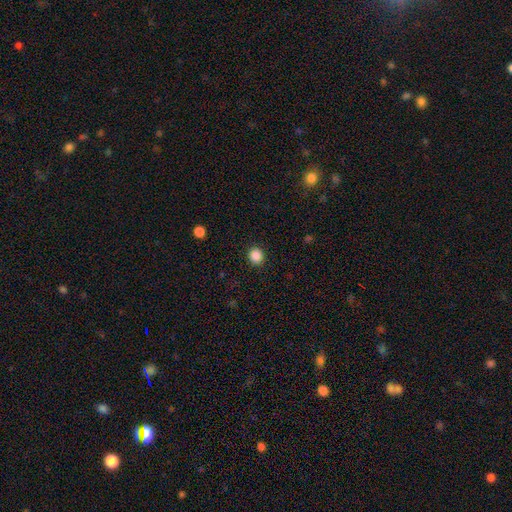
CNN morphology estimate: Q: Smooth or featured?
A: smooth (87%); runner-up: star or artifact (10%)
Q: How rounded?
A: round (87%); runner-up: in between (12%)
Q: Merging?
A: none (92%); runner-up: minor disturbance (5%)